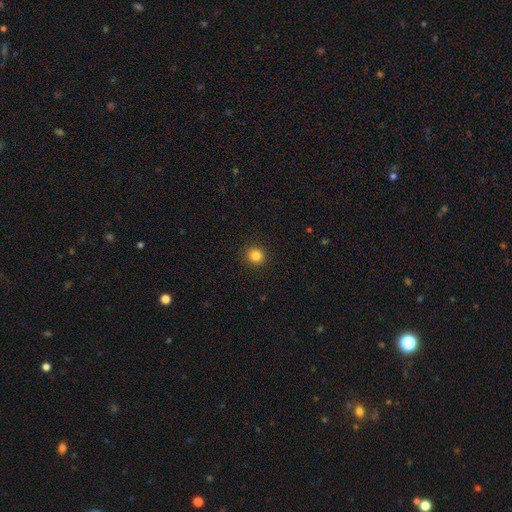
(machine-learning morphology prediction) Smooth or featured? Predicted: smooth (p=0.84). How rounded? Predicted: round (p=0.92). Merging? Predicted: none (p=0.92).